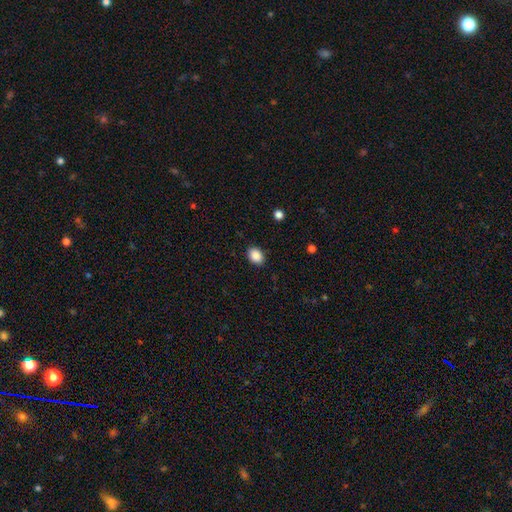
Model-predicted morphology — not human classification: type=smooth (88%); roundness=in between (69%); merging=none (88%).